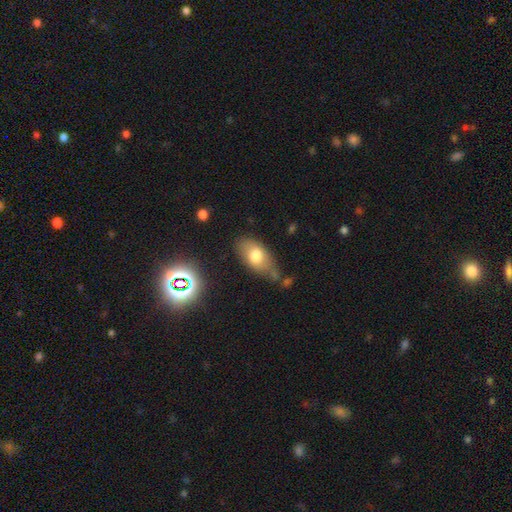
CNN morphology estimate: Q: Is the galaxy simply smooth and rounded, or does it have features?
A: smooth — 72%.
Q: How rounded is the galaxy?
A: in between — 90%.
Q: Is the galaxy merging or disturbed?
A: none — 59%.